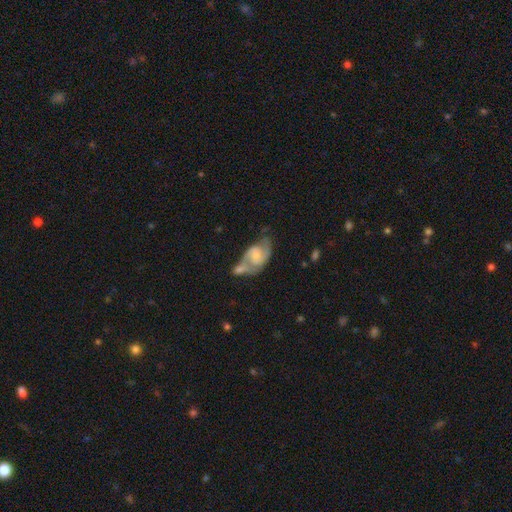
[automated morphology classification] A featured or disk galaxy (75%) with no bar (50%), 2 (87%) medium (51%) spiral arms (92%) and a small central bulge (42%). Merging: merger (36%).